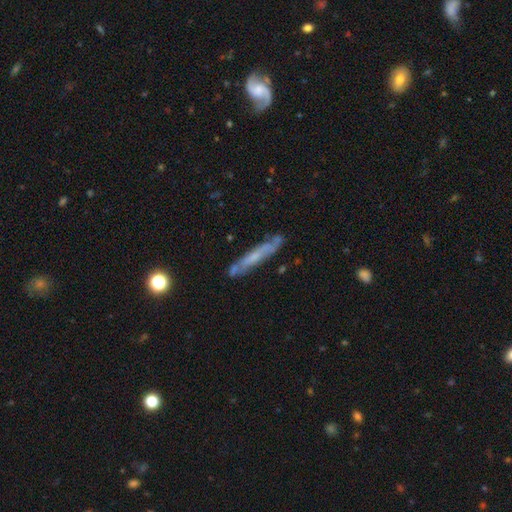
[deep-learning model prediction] Q: Smooth or featured?
A: featured or disk (56%); runner-up: smooth (37%)
Q: Edge-on disk?
A: yes (74%); runner-up: no (26%)
Q: Merging?
A: none (75%); runner-up: minor disturbance (17%)